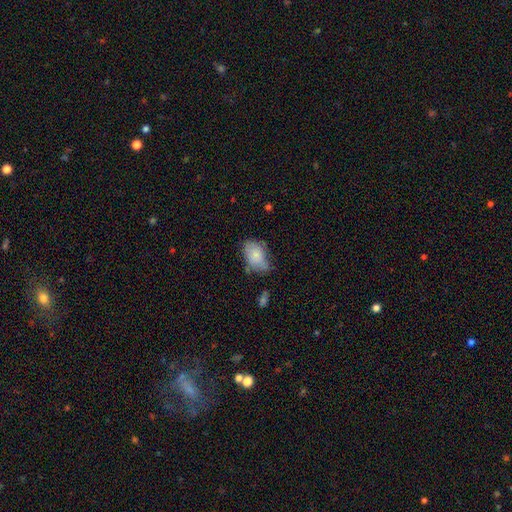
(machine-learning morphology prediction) Smooth or featured? Predicted: smooth (p=0.79). How rounded? Predicted: in between (p=0.88). Merging? Predicted: none (p=0.51).